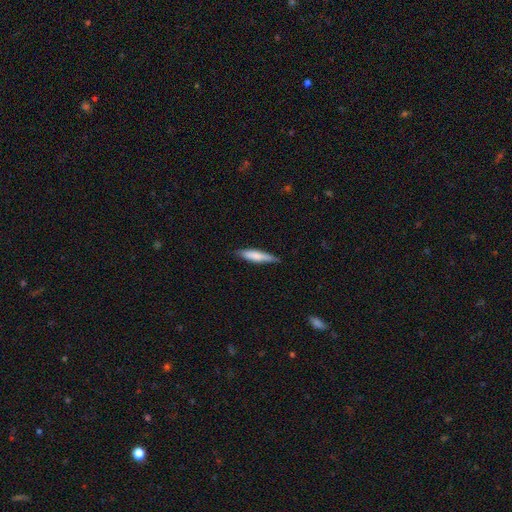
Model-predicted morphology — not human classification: This appears to be a smooth galaxy with no disk features (73%) that is cigar-shaped (83%). Merging: none (82%).